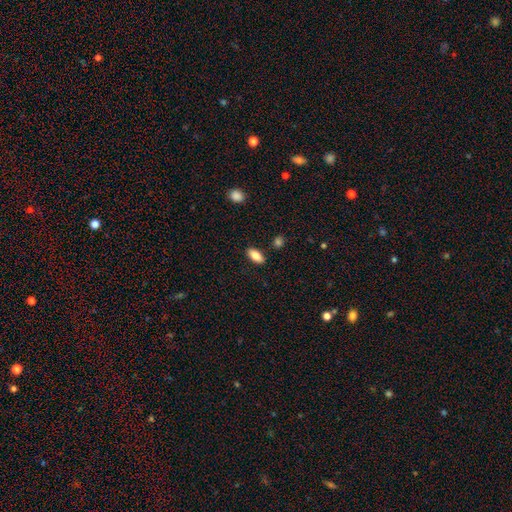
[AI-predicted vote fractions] smooth 83%, featured or disk 10%, star or artifact 7%. Down the decision tree: how rounded — in between (88%); merging — none (87%).